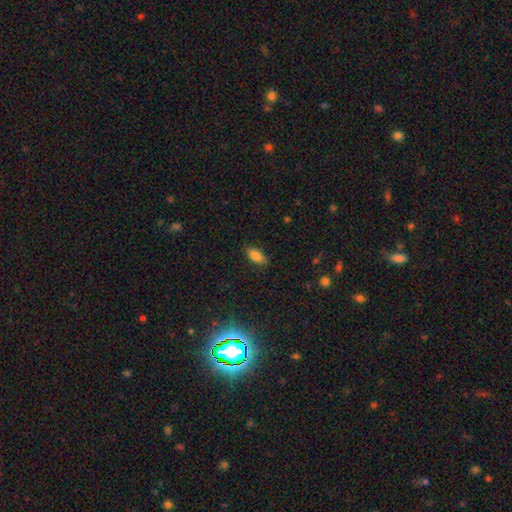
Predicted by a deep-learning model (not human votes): smooth_or_featured: smooth (p=0.81) [alt: star or artifact p=0.10]
how_rounded: in between (p=0.85) [alt: cigar-shaped p=0.12]
merging: none (p=0.83) [alt: minor disturbance p=0.13]